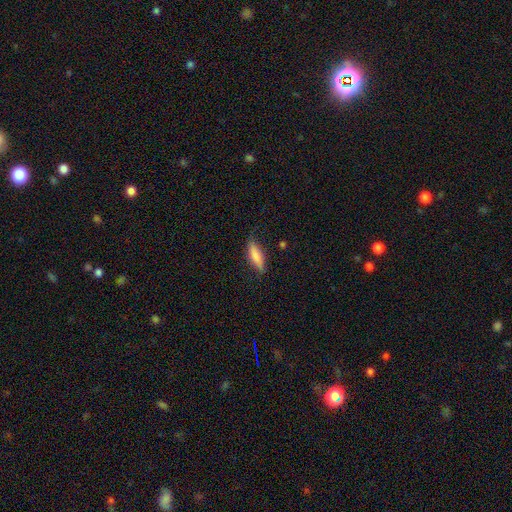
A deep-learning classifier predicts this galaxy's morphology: A smooth galaxy with no disk features (75%) that is cigar-shaped (56%).

Vote fractions:
- Smooth or featured? smooth: 75% / featured or disk: 19% / star or artifact: 7%
- How rounded? cigar-shaped: 56% / in between: 42% / round: 2%
- Merging? none: 75% / minor disturbance: 20% / major disturbance: 4% / merger: 1%